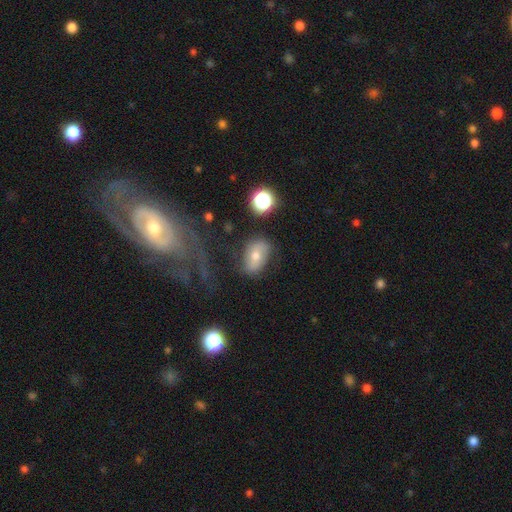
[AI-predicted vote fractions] The model was most divided on "smooth or featured": smooth: 59%, featured or disk: 30%, star or artifact: 10%. More confident: how rounded — in between (82%); merging — none (70%).